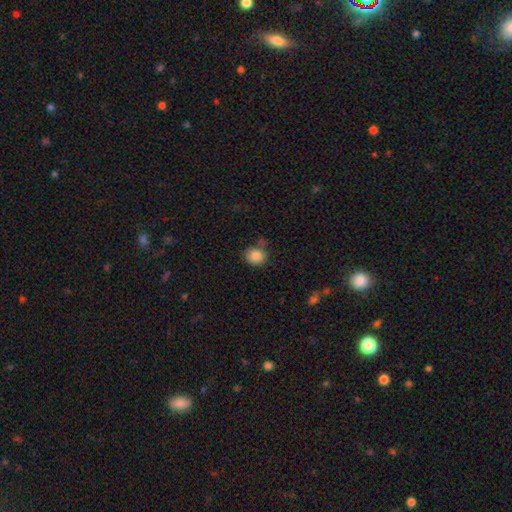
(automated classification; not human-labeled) Q: Smooth or featured?
A: smooth (86%); runner-up: star or artifact (9%)
Q: How rounded?
A: round (75%); runner-up: in between (24%)
Q: Merging?
A: none (71%); runner-up: minor disturbance (16%)